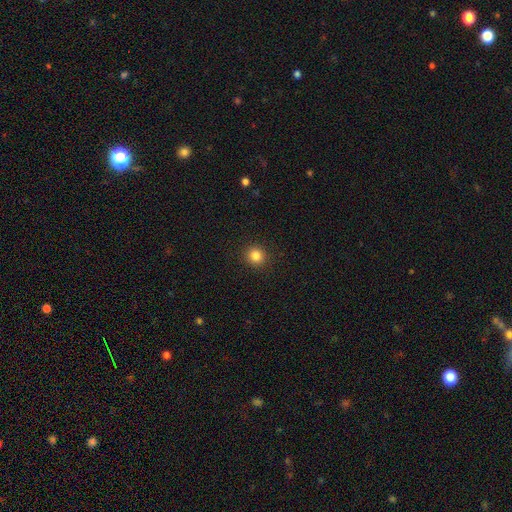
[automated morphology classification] smooth_or_featured: smooth (p=0.83) [alt: star or artifact p=0.12]
how_rounded: round (p=0.91) [alt: in between p=0.08]
merging: none (p=0.92) [alt: minor disturbance p=0.05]